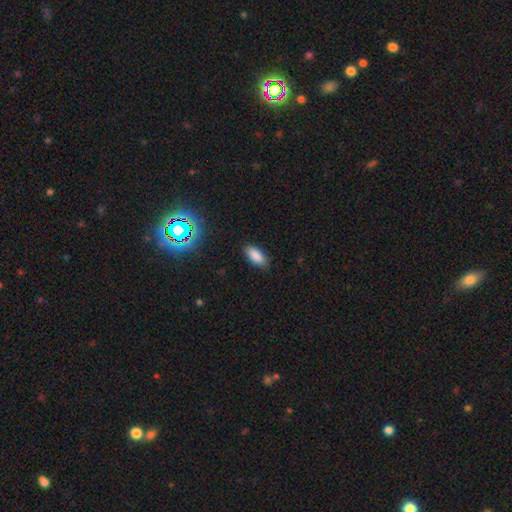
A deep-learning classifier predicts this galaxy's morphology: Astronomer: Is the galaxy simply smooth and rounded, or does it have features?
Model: smooth — 85%.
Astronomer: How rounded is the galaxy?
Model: in between — 83%.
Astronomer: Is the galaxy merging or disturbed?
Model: none — 86%.